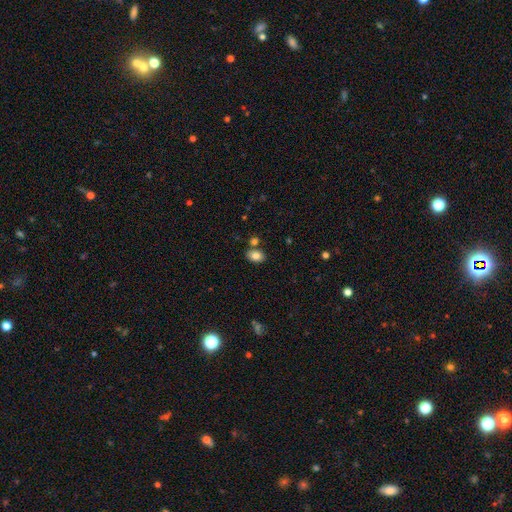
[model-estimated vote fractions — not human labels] Smooth or featured: smooth — 82% (star or artifact — 9%)
How rounded: in between — 80% (round — 19%)
Merging: none — 73% (merger — 13%)